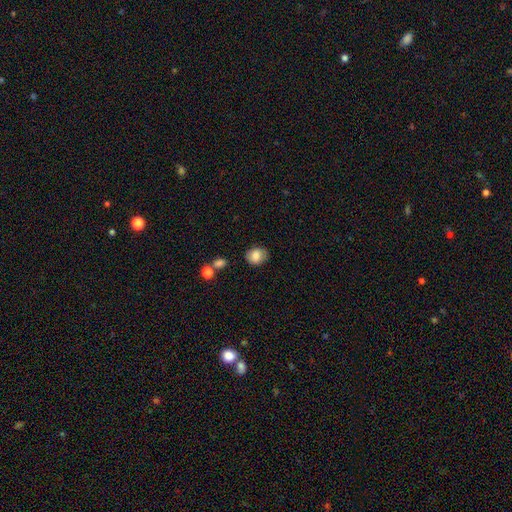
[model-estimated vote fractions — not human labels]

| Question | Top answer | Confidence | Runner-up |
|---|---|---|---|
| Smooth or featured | smooth | 81% | featured or disk (10%) |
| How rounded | round | 59% | in between (40%) |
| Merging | none | 78% | minor disturbance (15%) |